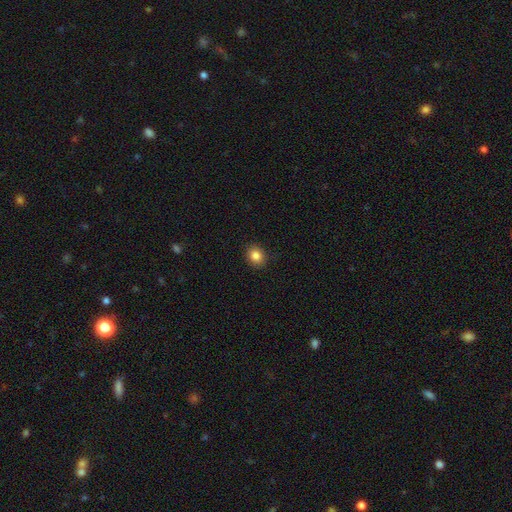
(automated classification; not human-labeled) Morphology: type=smooth (85%); roundness=round (72%); merging=none (90%).